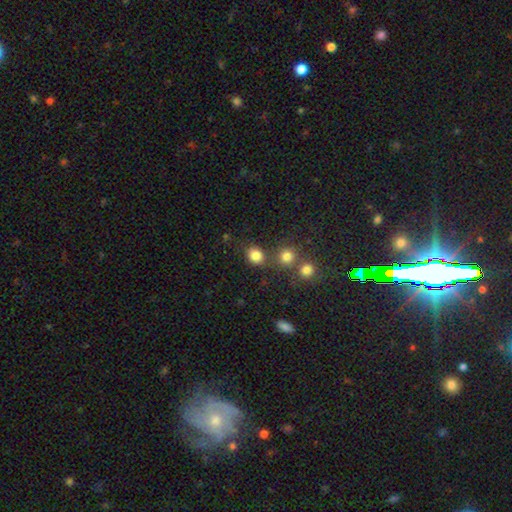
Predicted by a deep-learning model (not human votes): Overall: smooth (83%). How rounded: round (69%; in between 30%). Merging: none (71%).